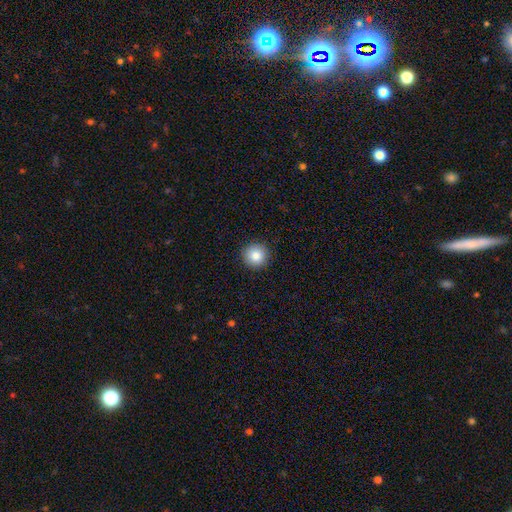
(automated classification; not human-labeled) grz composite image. It shows a smooth galaxy with no disk features (85%) that is round (95%). Merging: none (92%).